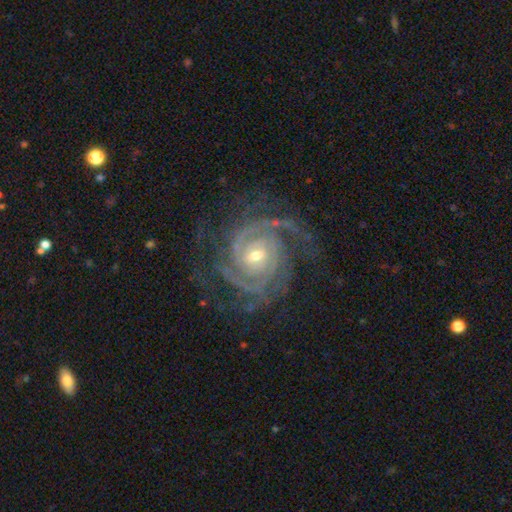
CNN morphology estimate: featured or disk 92%, star or artifact 5%, smooth 3%. Down the decision tree: edge-on disk — no (98%); bar — no (58%); spiral arms — yes (99%); spiral arm count — 2 (32%); spiral winding — tight (72%); bulge size — small (54%); merging — none (74%).